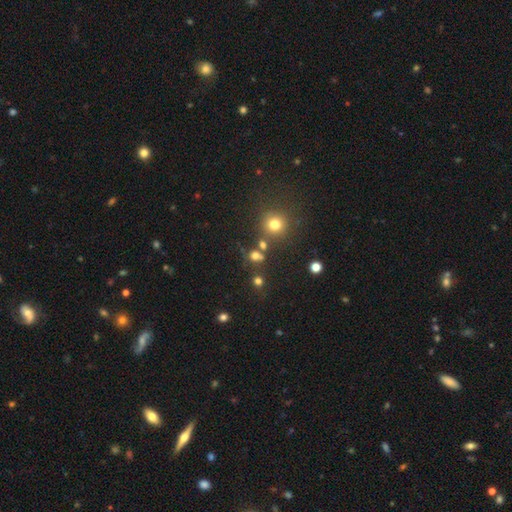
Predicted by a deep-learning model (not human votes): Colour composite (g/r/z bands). It shows a smooth galaxy with no disk features (68%) that is round (77%). Merging: none (64%).